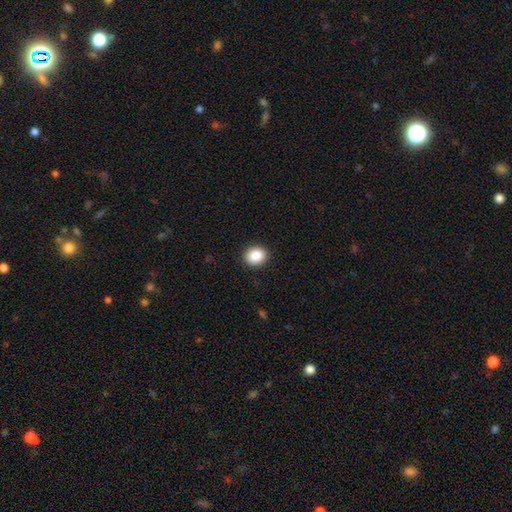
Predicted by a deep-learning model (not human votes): A smooth galaxy with no disk features (88%) that is round (60%).

Vote fractions:
- Smooth or featured? smooth: 88% / star or artifact: 9% / featured or disk: 3%
- How rounded? round: 60% / in between: 39% / cigar-shaped: 1%
- Merging? none: 91% / minor disturbance: 6% / major disturbance: 2% / merger: 1%